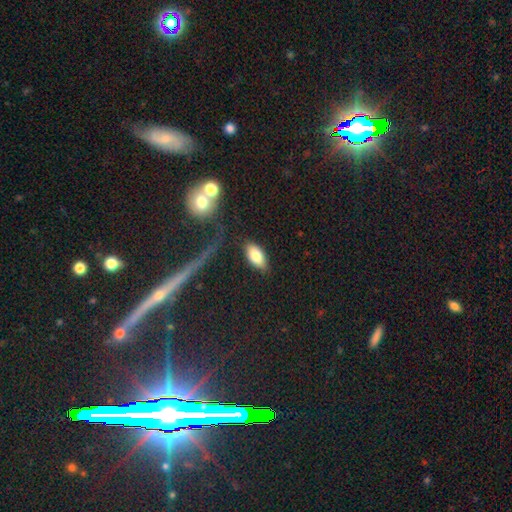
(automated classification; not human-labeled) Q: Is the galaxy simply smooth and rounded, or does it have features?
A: smooth — 81%.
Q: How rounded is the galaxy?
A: in between — 92%.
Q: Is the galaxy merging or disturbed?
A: none — 82%.